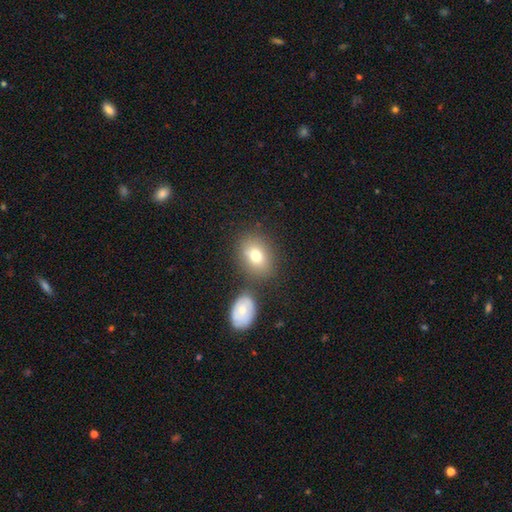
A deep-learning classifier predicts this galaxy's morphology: Overall: smooth (76%). How rounded: in between (65%; round 34%). Merging: none (70%).